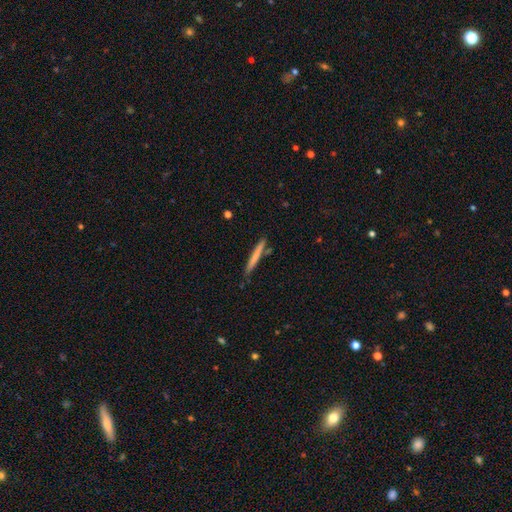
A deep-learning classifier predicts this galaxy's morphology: This appears to be a smooth galaxy with no disk features (66%) that is cigar-shaped (97%). Merging: none (83%).